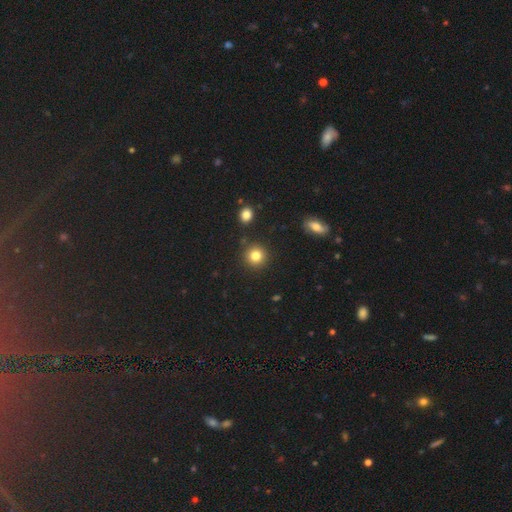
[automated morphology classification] Overall: smooth (83%). How rounded: round (92%). Merging: none (87%).